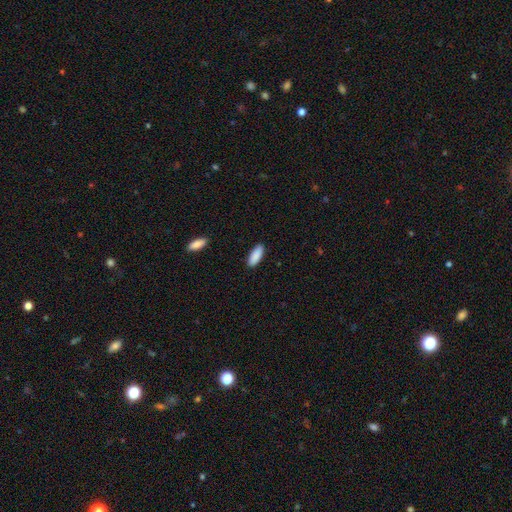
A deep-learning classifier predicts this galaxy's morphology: Smooth or featured?
  - smooth: 91% *
  - star or artifact: 6%
  - featured or disk: 4%
How rounded?
  - in between: 74% *
  - cigar-shaped: 25%
  - round: 2%
Merging?
  - none: 89% *
  - minor disturbance: 8%
  - major disturbance: 2%
  - merger: 1%